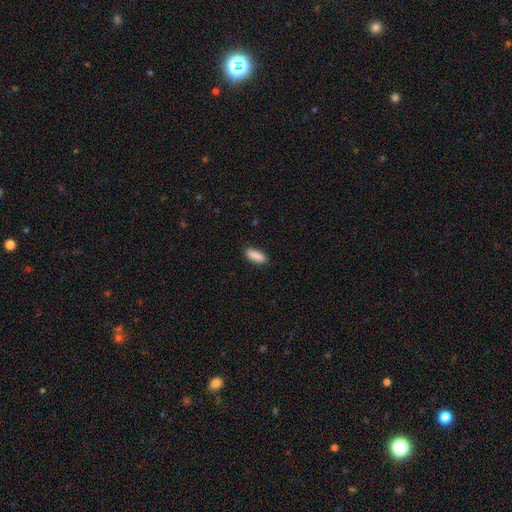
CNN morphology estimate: type=smooth (89%); roundness=in between (61%); merging=none (88%).